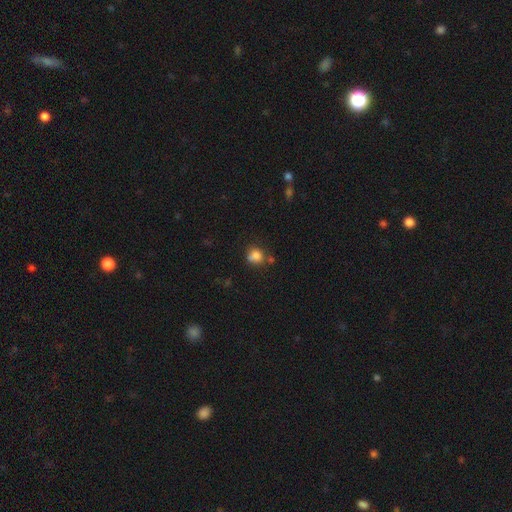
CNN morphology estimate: Smooth or featured? Predicted: smooth (p=0.79). How rounded? Predicted: round (p=0.74). Merging? Predicted: none (p=0.55).